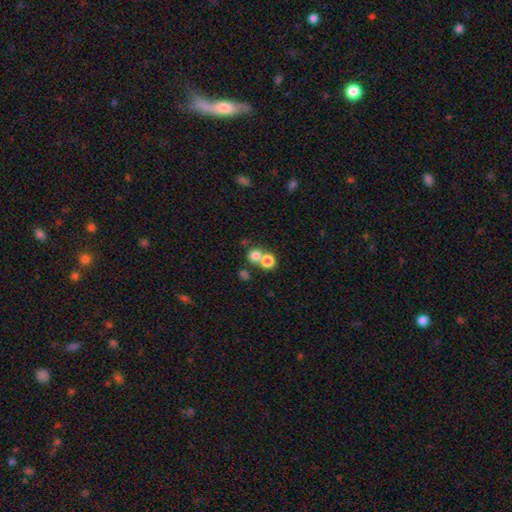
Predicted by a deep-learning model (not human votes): Morphology: type=smooth (75%); roundness=round (84%); merging=none (49%).